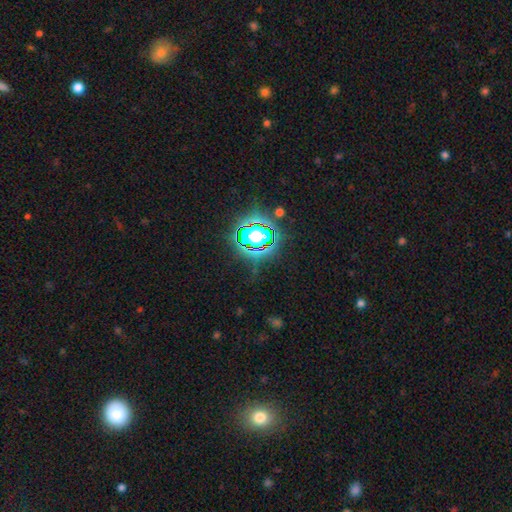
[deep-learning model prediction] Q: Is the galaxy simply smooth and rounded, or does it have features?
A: star or artifact — 80%.